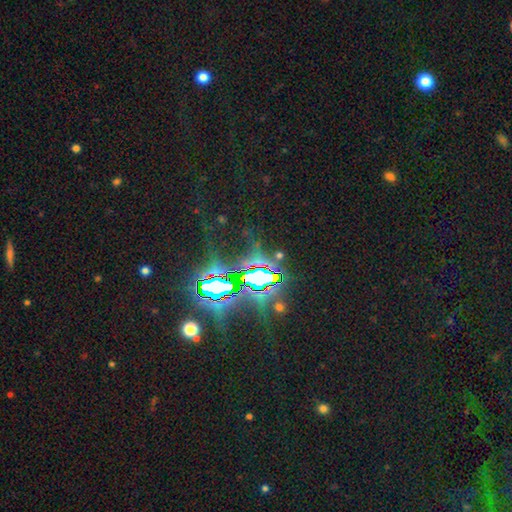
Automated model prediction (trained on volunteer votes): star or artifact 84%, featured or disk 8%, smooth 8%.